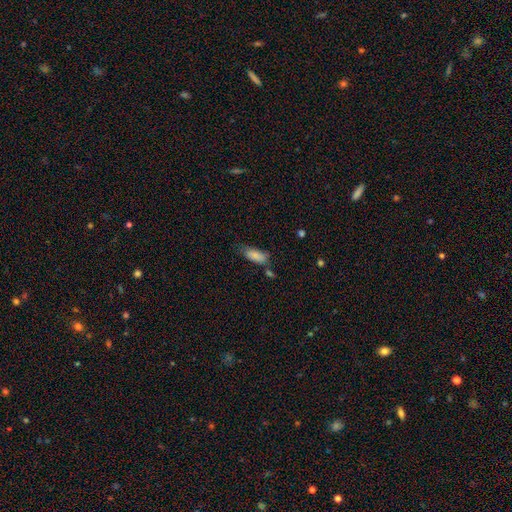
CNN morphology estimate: This is clearly a smooth galaxy (85%). How rounded: likely in between (80%). Merging: possibly none (55%).